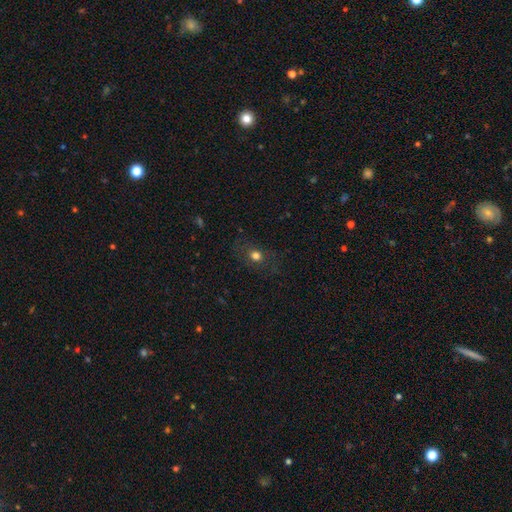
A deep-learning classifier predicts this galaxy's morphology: This is likely a smooth galaxy (68%). How rounded: possibly round (55%). Merging: likely none (75%).